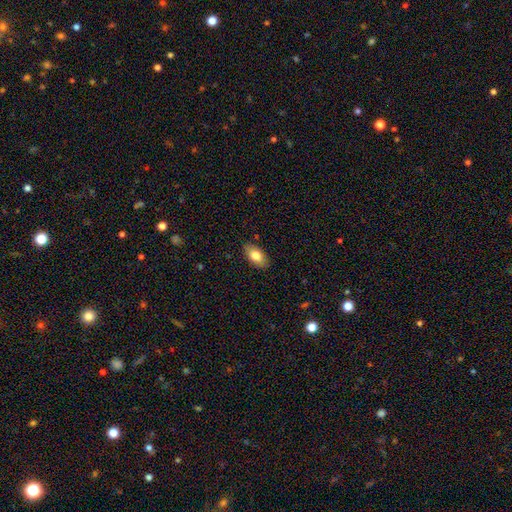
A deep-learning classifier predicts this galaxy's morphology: Smooth or featured?
  - smooth: 79% *
  - featured or disk: 14%
  - star or artifact: 7%
How rounded?
  - in between: 92% *
  - round: 5%
  - cigar-shaped: 3%
Merging?
  - none: 86% *
  - minor disturbance: 10%
  - major disturbance: 2%
  - merger: 1%